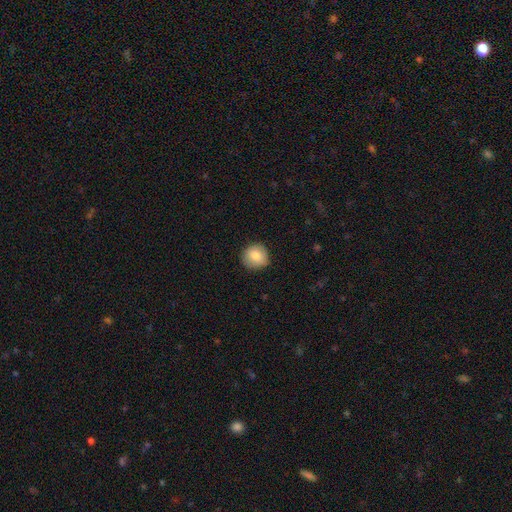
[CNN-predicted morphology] Smooth or featured?
  - smooth: 85% *
  - featured or disk: 8%
  - star or artifact: 7%
How rounded?
  - round: 91% *
  - in between: 8%
  - cigar-shaped: 1%
Merging?
  - none: 85% *
  - minor disturbance: 12%
  - major disturbance: 2%
  - merger: 1%